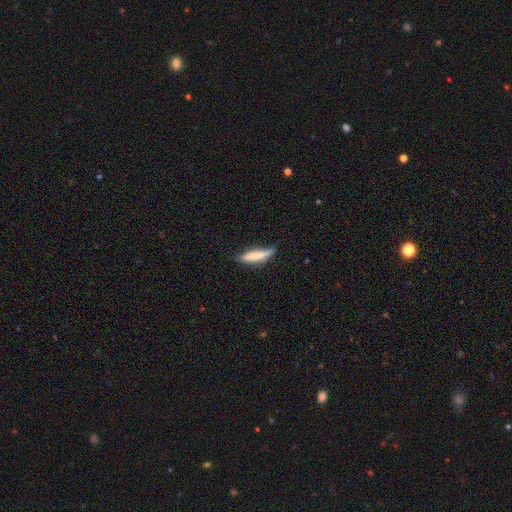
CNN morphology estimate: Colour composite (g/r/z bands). It shows a smooth galaxy with no disk features (74%) that is cigar-shaped (78%). Merging: none (63%).